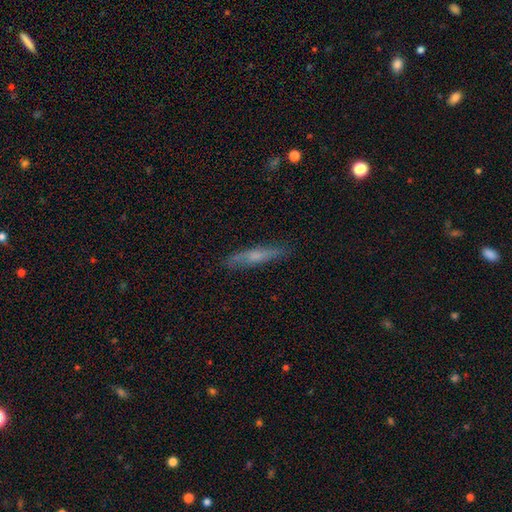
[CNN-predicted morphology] Smooth or featured: smooth — 48% (featured or disk — 44%)
Merging: none — 84% (minor disturbance — 12%)